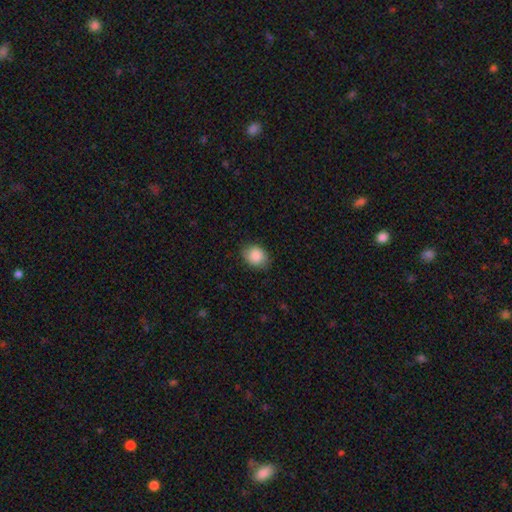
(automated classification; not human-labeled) Smooth or featured: smooth — 87% (star or artifact — 7%)
How rounded: in between — 50% (round — 49%)
Merging: none — 82% (minor disturbance — 14%)